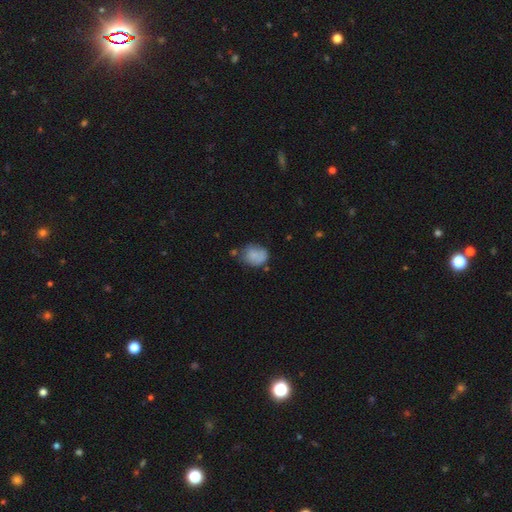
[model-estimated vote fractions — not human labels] smooth 80%, featured or disk 11%, star or artifact 9%. Down the decision tree: how rounded — round (56%); merging — none (51%).